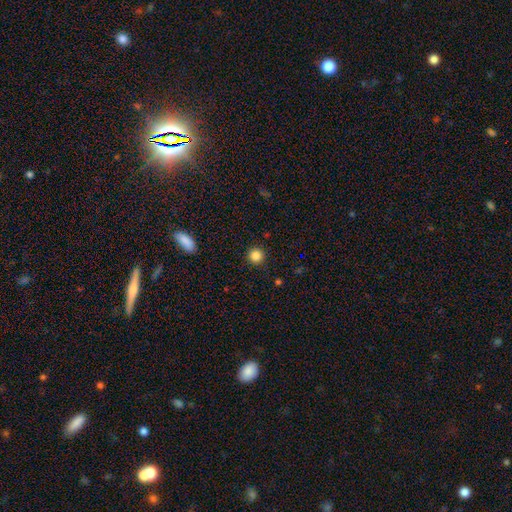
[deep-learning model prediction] smooth_or_featured: smooth (p=0.85) [alt: star or artifact p=0.11]
how_rounded: round (p=0.95) [alt: in between p=0.04]
merging: none (p=0.92) [alt: minor disturbance p=0.05]